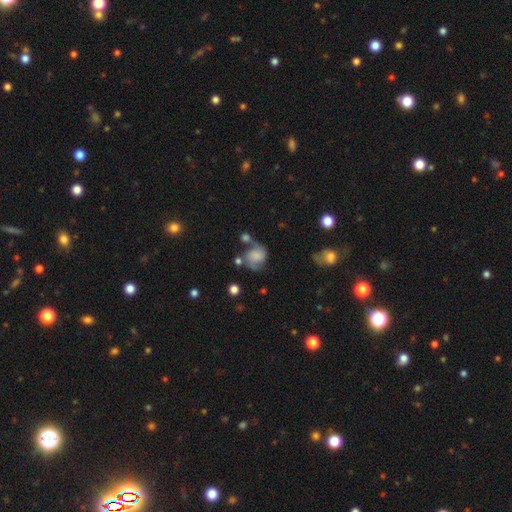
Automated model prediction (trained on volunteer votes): Q: Smooth or featured?
A: featured or disk (54%); runner-up: smooth (37%)
Q: Edge-on disk?
A: no (98%); runner-up: yes (2%)
Q: Bar?
A: no (67%); runner-up: weak (27%)
Q: Spiral arms?
A: yes (86%); runner-up: no (14%)
Q: Bulge size?
A: none (51%); runner-up: small (17%)
Q: Merging?
A: none (45%); runner-up: minor disturbance (22%)